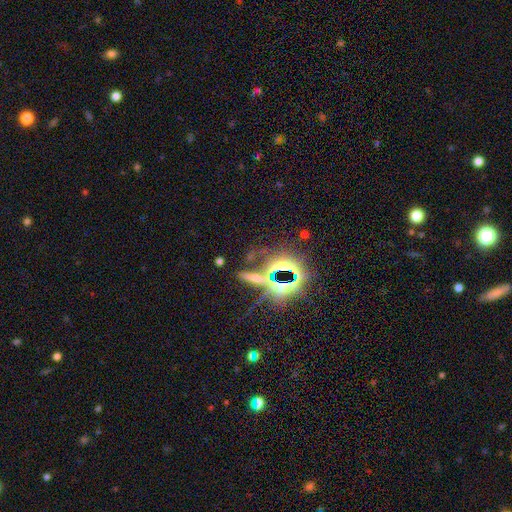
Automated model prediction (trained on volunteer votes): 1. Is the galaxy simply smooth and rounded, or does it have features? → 64% star or artifact, 20% featured or disk, 16% smooth.